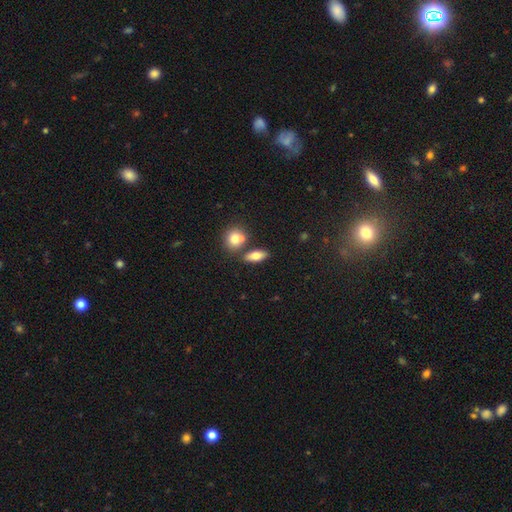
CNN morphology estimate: smooth 72%, featured or disk 20%, star or artifact 8%. Down the decision tree: how rounded — in between (73%); merging — none (71%).